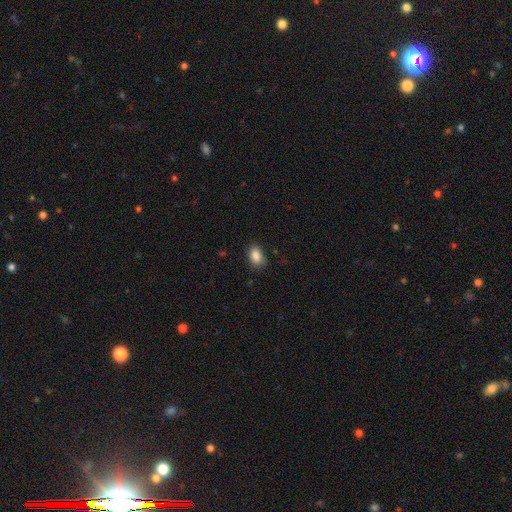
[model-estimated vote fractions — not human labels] Morphology: type=smooth (88%); roundness=in between (88%); merging=none (80%).